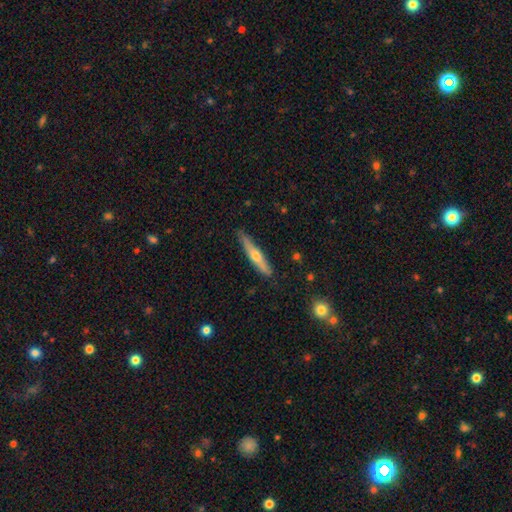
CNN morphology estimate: Overall: featured or disk (53%; smooth 41%). Edge-on disk: yes (93%). Merging: none (85%).